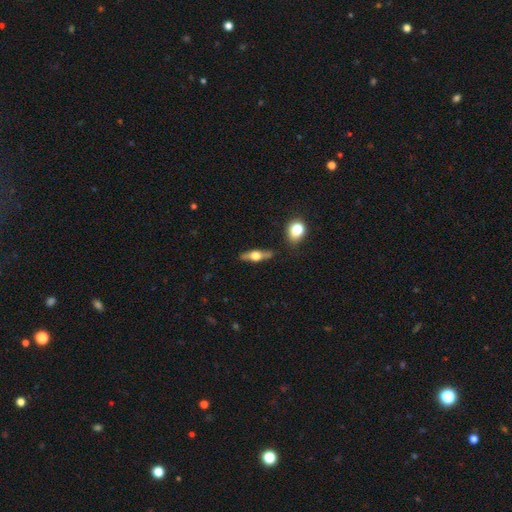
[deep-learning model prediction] Q: Smooth or featured?
A: featured or disk (59%); runner-up: smooth (34%)
Q: Edge-on disk?
A: yes (90%); runner-up: no (10%)
Q: Edge-on bulge?
A: rounded (95%); runner-up: boxy (3%)
Q: Merging?
A: none (81%); runner-up: minor disturbance (12%)